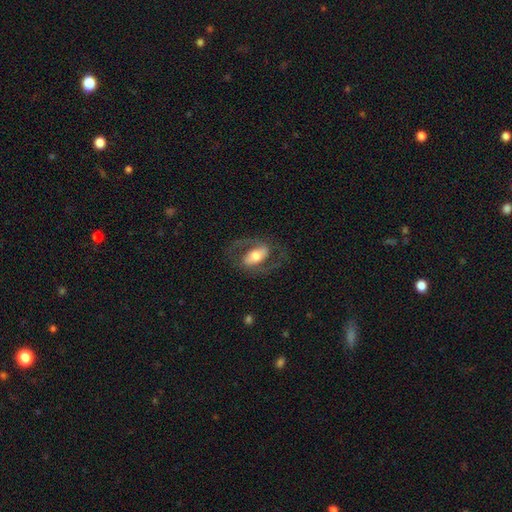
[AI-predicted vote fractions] Overall: featured or disk (69%). Edge-on disk: no (93%). Bar: strong (40%; weak 32%). Spiral arms: yes (79%). Spiral arm count: 2 (87%). Spiral winding: medium (54%; loose 27%). Bulge size: moderate (60%; large 21%). Merging: none (69%).